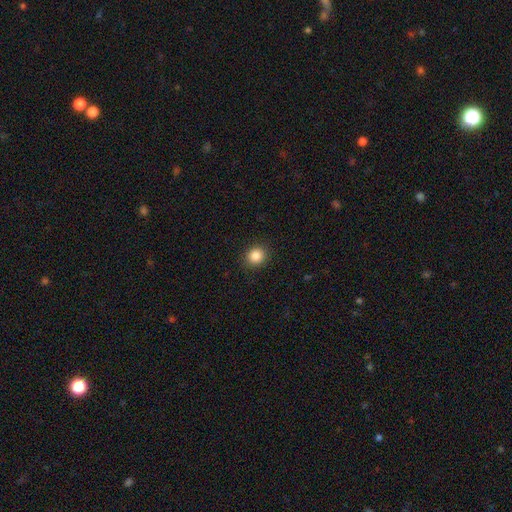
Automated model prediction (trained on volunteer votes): The model was most divided on "how rounded": round: 85%, in between: 14%, cigar-shaped: 1%. More confident: merging — none (91%); smooth or featured — smooth (86%).